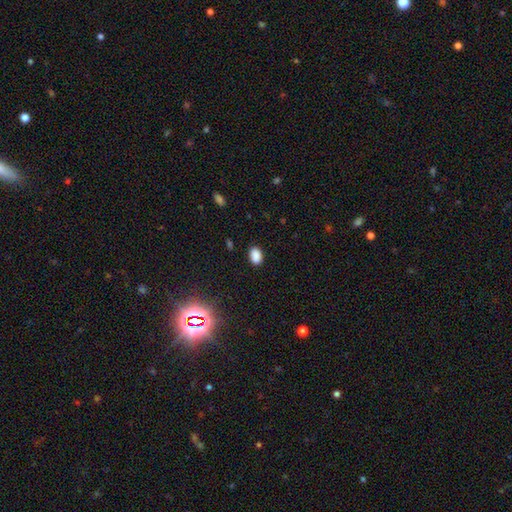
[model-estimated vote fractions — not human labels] Smooth or featured?
  - smooth: 85% *
  - star or artifact: 12%
  - featured or disk: 4%
How rounded?
  - in between: 83% *
  - round: 16%
  - cigar-shaped: 1%
Merging?
  - none: 86% *
  - minor disturbance: 11%
  - major disturbance: 3%
  - merger: 1%